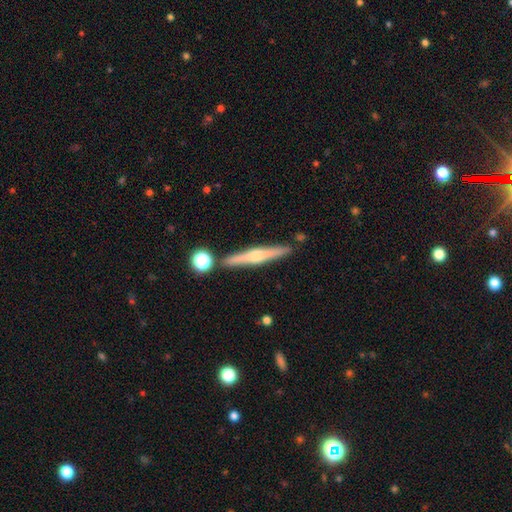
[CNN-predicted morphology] Overall: featured or disk (66%; smooth 27%). Edge-on disk: yes (98%). Edge-on bulge: rounded (84%). Merging: none (85%).